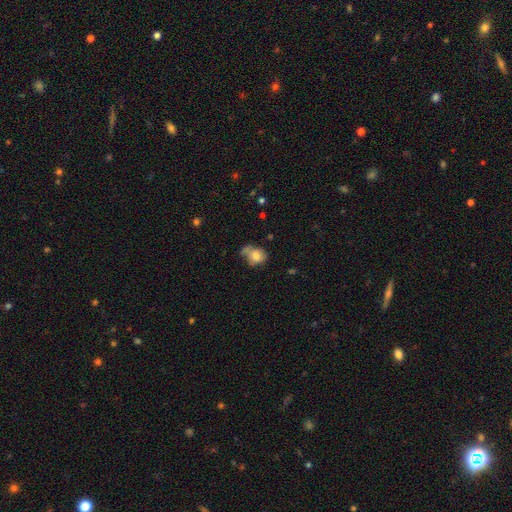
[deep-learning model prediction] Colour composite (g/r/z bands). It shows a smooth galaxy with no disk features (71%) that is in between round and cigar-shaped (56%). Merging: none (35%).